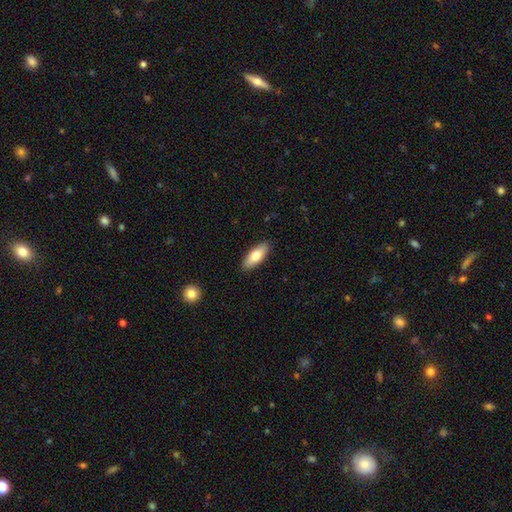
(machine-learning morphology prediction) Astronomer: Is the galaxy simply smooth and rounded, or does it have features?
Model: smooth — 75%.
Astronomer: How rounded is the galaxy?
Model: in between — 70%.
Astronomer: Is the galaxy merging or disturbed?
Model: none — 89%.